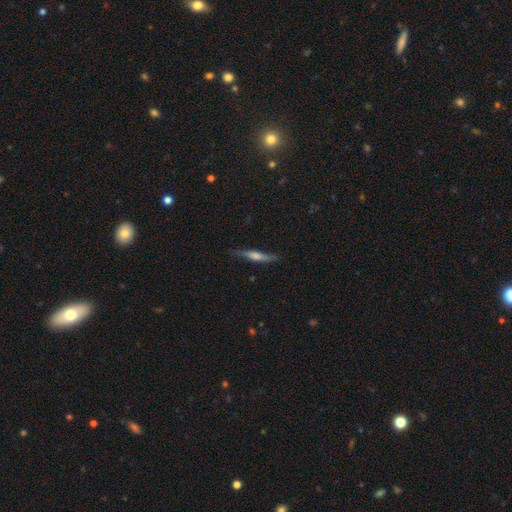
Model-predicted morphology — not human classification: type=featured or disk (55%); edge-on=yes (94%); edge-on bulge=rounded (65%); merging=none (83%).